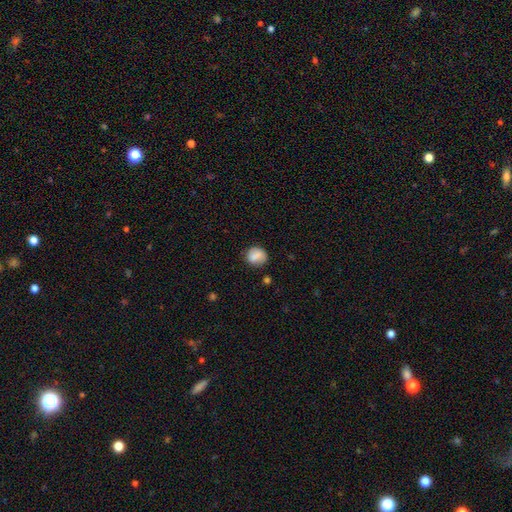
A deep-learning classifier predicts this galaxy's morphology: This appears to be a smooth galaxy with no disk features (80%) that is round (77%). Merging: none (72%).